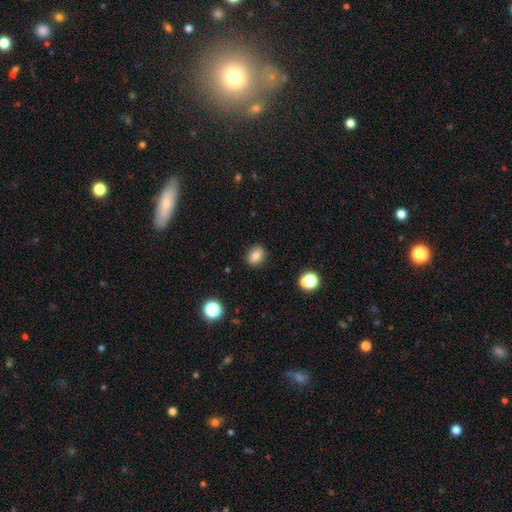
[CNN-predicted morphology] smooth 80%, star or artifact 11%, featured or disk 9%. Down the decision tree: how rounded — in between (55%); merging — none (87%).